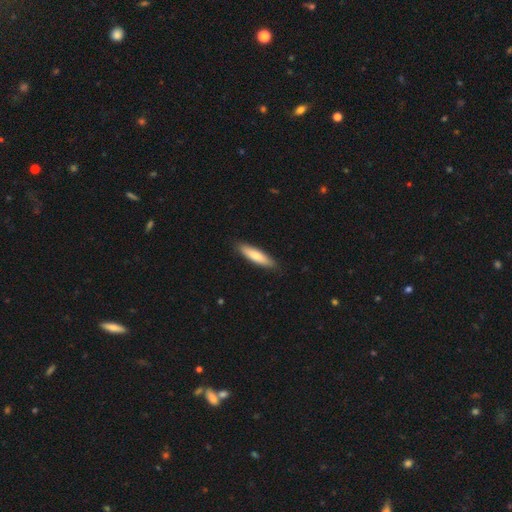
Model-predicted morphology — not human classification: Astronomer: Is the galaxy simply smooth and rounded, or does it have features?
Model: smooth — 77%.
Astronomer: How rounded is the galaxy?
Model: cigar-shaped — 76%.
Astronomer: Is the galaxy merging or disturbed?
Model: none — 88%.